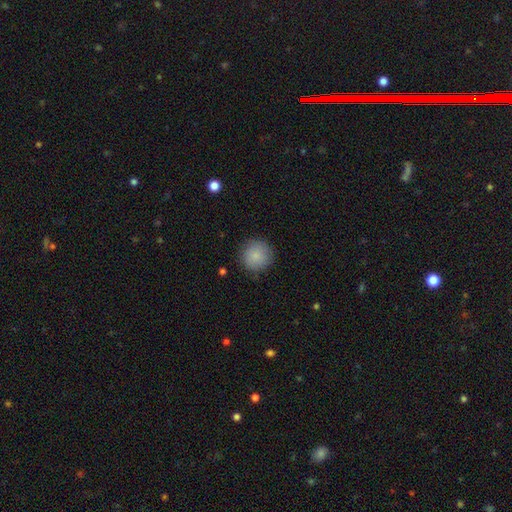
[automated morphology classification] This appears to be a smooth galaxy with no disk features (86%) that is round (94%). Merging: none (86%).